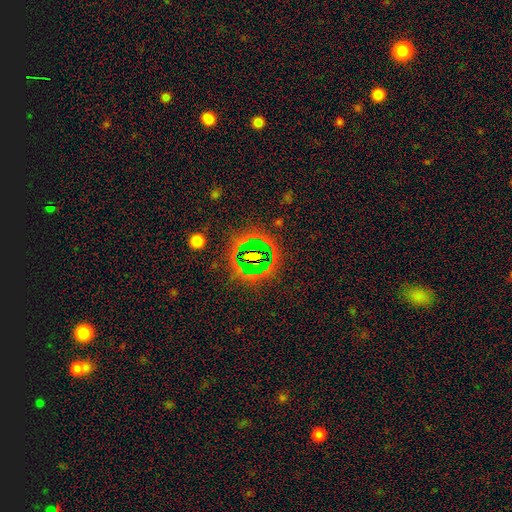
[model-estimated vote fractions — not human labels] Q: Smooth or featured?
A: star or artifact (73%); runner-up: smooth (16%)